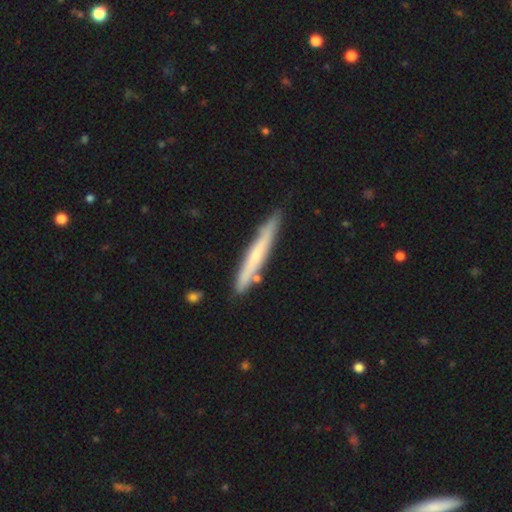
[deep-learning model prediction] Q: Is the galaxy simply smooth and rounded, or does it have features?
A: smooth — 48%.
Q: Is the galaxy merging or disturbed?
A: none — 81%.